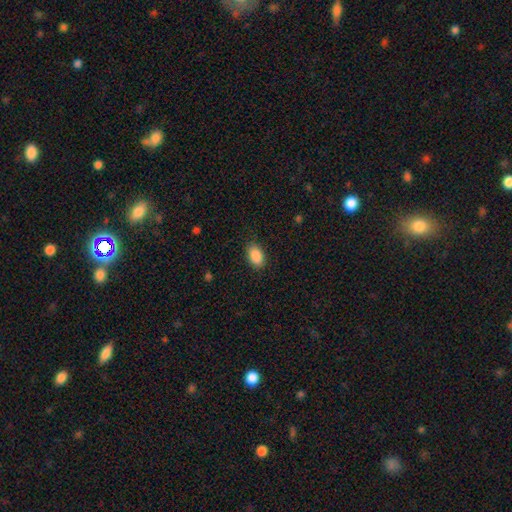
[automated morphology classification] smooth-or-featured: smooth: 89% | star or artifact: 7% | featured or disk: 3%
  how-rounded: in between: 90% | round: 8% | cigar-shaped: 1%
  merging: none: 85% | minor disturbance: 11% | major disturbance: 3% | merger: 1%